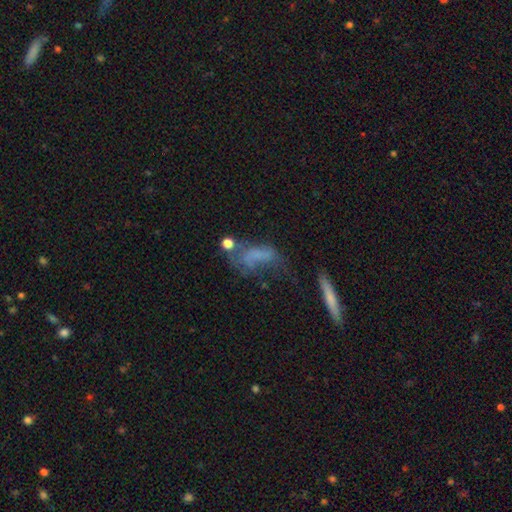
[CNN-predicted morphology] Smooth or featured? smooth (46%)
Merging? major disturbance (35%)